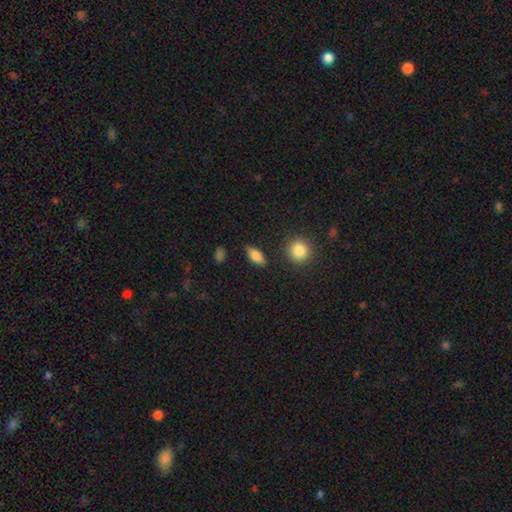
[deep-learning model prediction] Smooth or featured? Predicted: smooth (p=0.77). How rounded? Predicted: in between (p=0.81). Merging? Predicted: none (p=0.83).